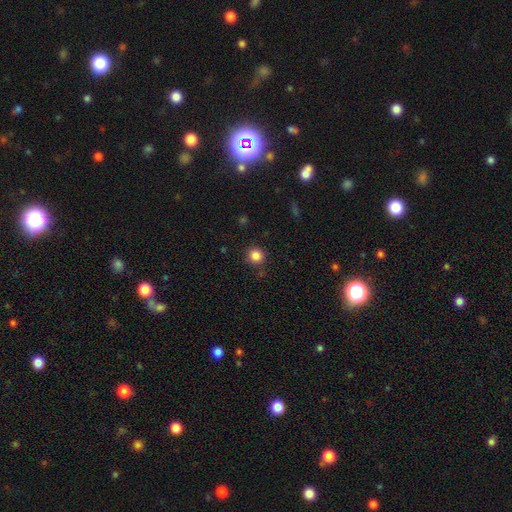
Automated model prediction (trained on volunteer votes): A smooth galaxy with no disk features (85%) that is round (92%).

Vote fractions:
- Smooth or featured? smooth: 85% / star or artifact: 11% / featured or disk: 4%
- How rounded? round: 92% / in between: 7% / cigar-shaped: 1%
- Merging? none: 87% / minor disturbance: 9% / major disturbance: 3% / merger: 2%